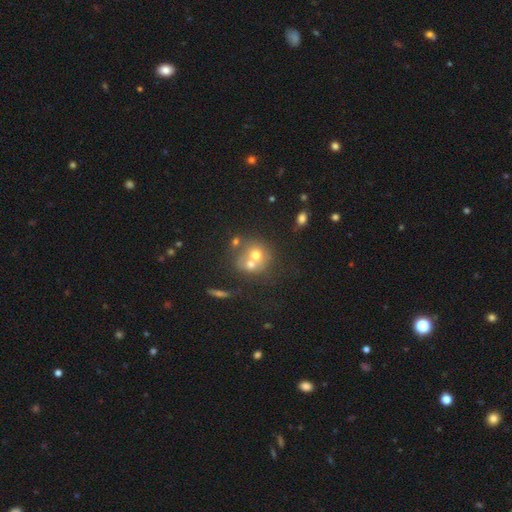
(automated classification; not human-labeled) The model was most divided on "merging": merger: 58%, none: 30%, minor disturbance: 8%, major disturbance: 5%. More confident: how rounded — round (76%); smooth or featured — smooth (59%).